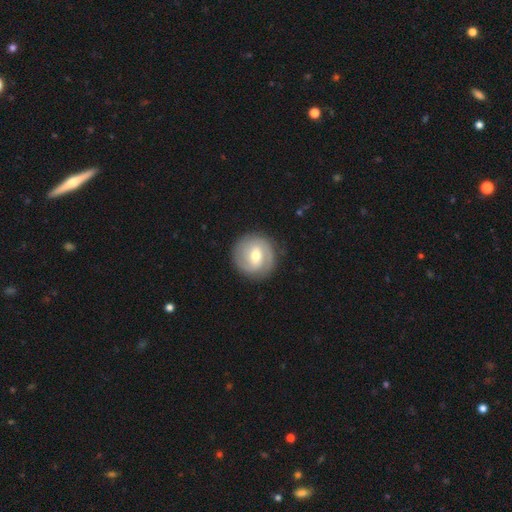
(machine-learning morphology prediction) smooth_or_featured: featured or disk (p=0.70) [alt: smooth p=0.25]
disk_edge_on: no (p=0.97) [alt: yes p=0.03]
bar: weak (p=0.51) [alt: strong p=0.25]
has_spiral_arms: yes (p=0.84) [alt: no p=0.16]
spiral_winding: tight (p=0.54) [alt: medium p=0.34]
spiral_arm_count: 2 (p=0.74) [alt: can't tell p=0.13]
bulge_size: moderate (p=0.70) [alt: small p=0.23]
merging: none (p=0.87) [alt: minor disturbance p=0.09]